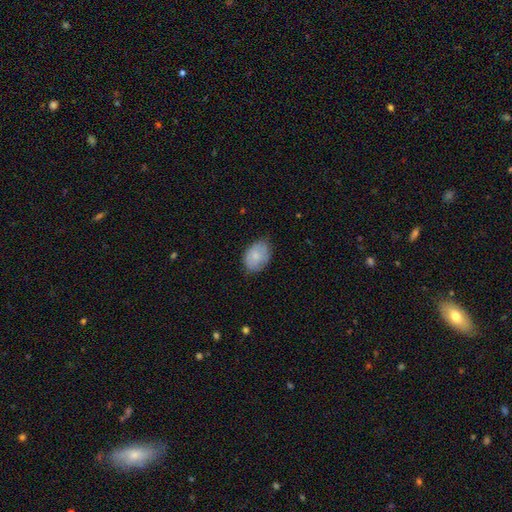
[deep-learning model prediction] This appears to be a smooth galaxy with no disk features (78%) that is in between round and cigar-shaped (77%). Merging: none (70%).